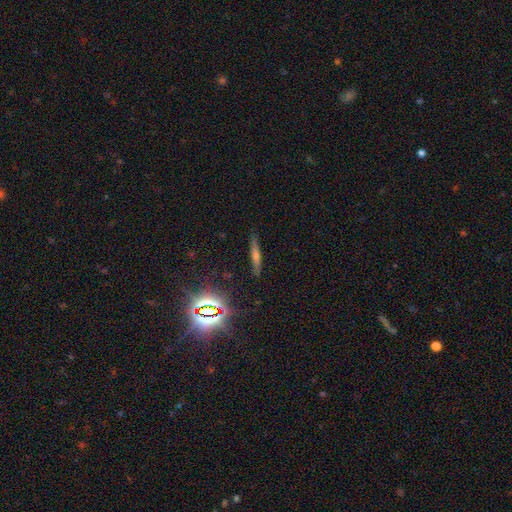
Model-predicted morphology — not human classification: Smooth or featured? Predicted: featured or disk (p=0.45). Merging? Predicted: none (p=0.87).